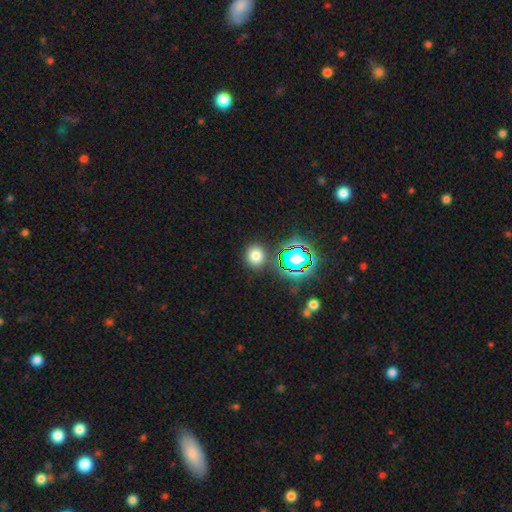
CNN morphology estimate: A smooth galaxy with no disk features (70%) that is round (82%). Merging: none (85%).